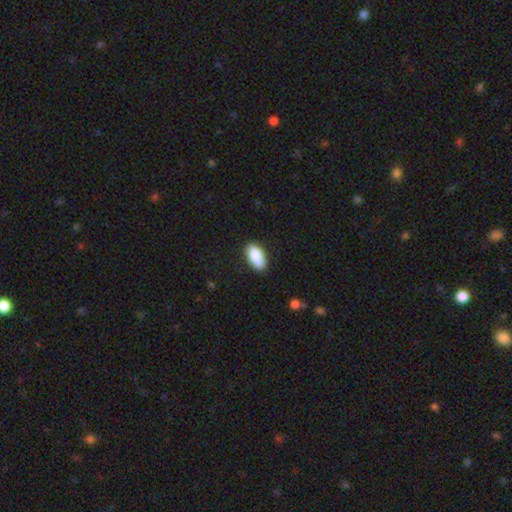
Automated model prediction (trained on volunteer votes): Morphology: type=smooth (88%); roundness=in between (92%); merging=none (85%).